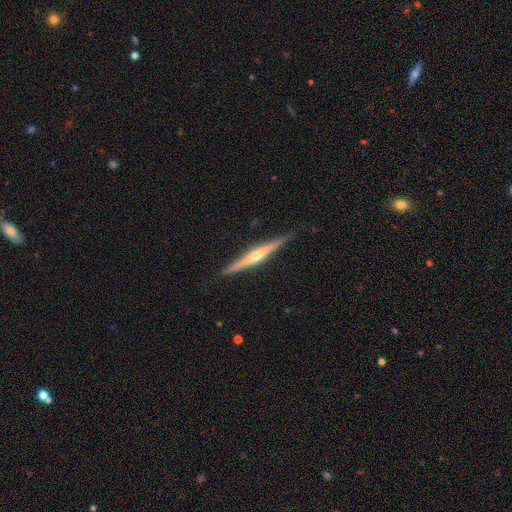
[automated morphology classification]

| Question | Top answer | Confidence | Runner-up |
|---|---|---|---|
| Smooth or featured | featured or disk | 75% | smooth (19%) |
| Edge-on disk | yes | 98% | no (2%) |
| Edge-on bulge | rounded | 80% | none (15%) |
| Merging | none | 89% | minor disturbance (8%) |